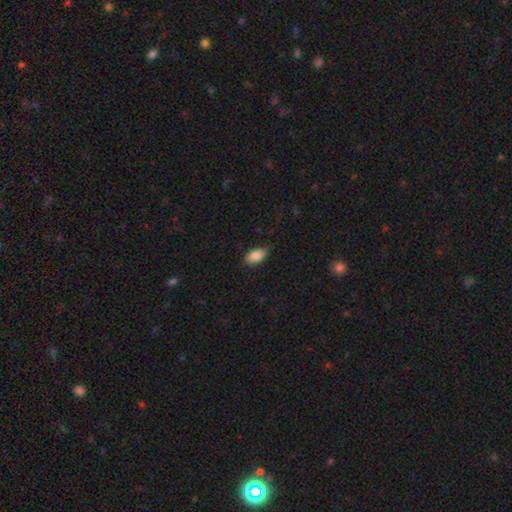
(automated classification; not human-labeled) This appears to be a smooth galaxy with no disk features (87%) that is in between round and cigar-shaped (93%). Merging: none (83%).